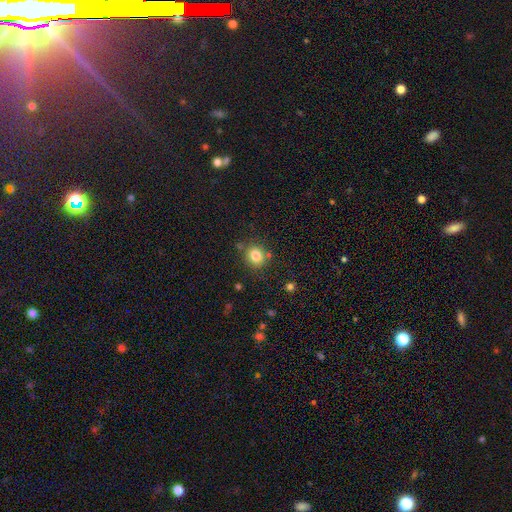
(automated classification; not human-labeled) Overall: smooth (82%). How rounded: round (82%). Merging: none (79%).